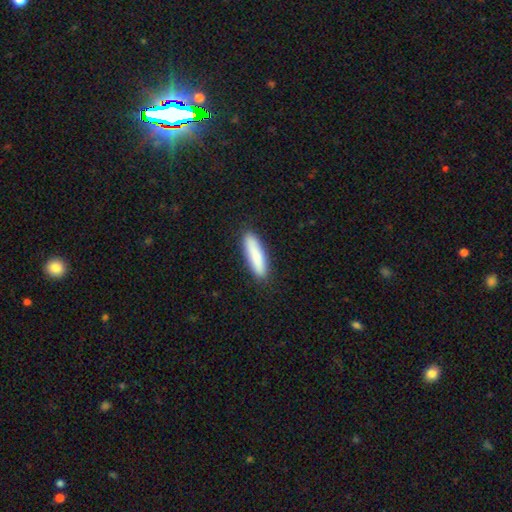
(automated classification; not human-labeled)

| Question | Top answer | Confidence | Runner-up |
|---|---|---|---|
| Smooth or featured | smooth | 85% | featured or disk (10%) |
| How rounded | cigar-shaped | 76% | in between (22%) |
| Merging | none | 89% | minor disturbance (8%) |